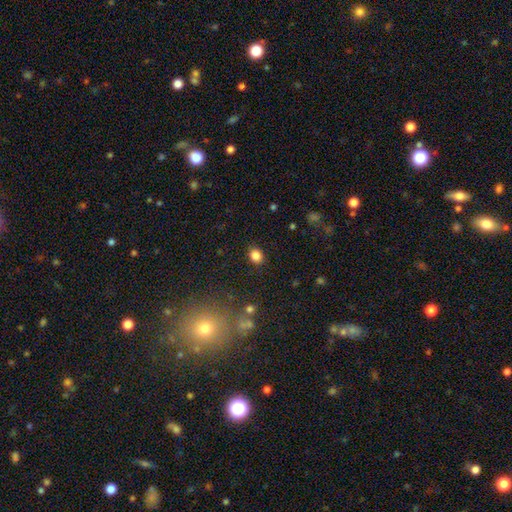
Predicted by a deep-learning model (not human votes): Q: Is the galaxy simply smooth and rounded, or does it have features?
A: smooth — 84%.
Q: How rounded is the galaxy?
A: round — 55%.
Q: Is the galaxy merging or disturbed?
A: none — 88%.